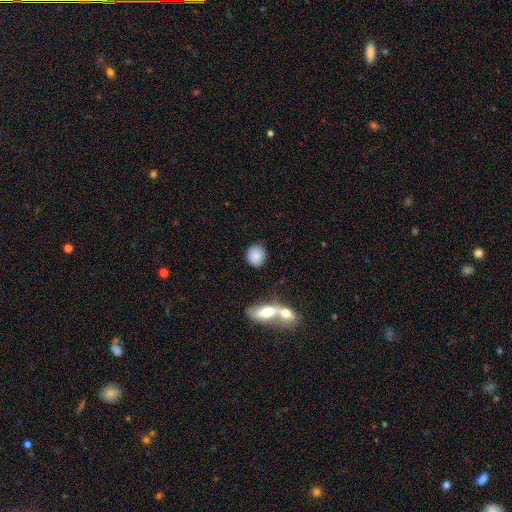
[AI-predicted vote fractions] Smooth or featured: smooth — 85% (featured or disk — 8%)
How rounded: round — 67% (in between — 31%)
Merging: none — 78% (minor disturbance — 11%)